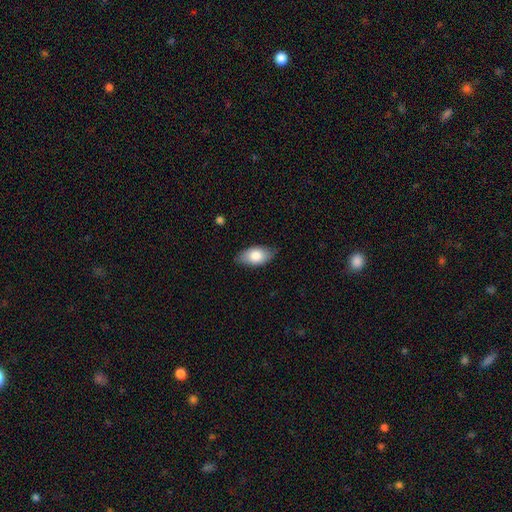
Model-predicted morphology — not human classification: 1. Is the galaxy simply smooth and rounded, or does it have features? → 79% smooth, 15% featured or disk, 6% star or artifact.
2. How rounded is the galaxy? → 93% in between, 5% round, 3% cigar-shaped.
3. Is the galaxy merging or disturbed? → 79% none, 17% minor disturbance, 3% major disturbance, 1% merger.